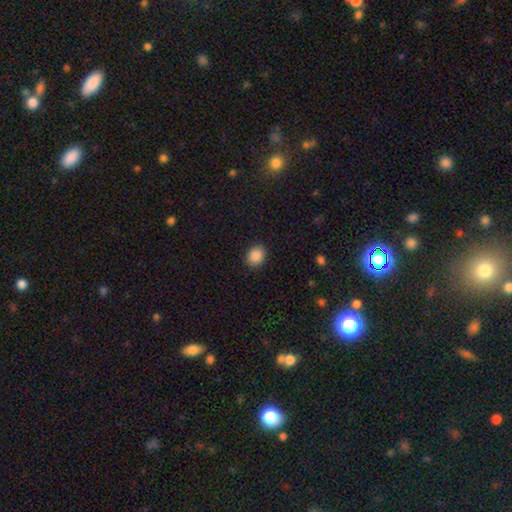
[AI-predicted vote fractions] smooth_or_featured: smooth (p=0.88) [alt: star or artifact p=0.09]
how_rounded: round (p=0.66) [alt: in between p=0.34]
merging: none (p=0.89) [alt: minor disturbance p=0.08]